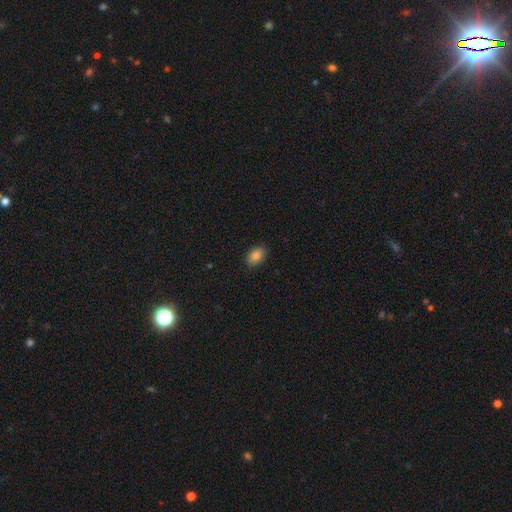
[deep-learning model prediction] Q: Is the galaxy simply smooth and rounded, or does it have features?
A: smooth — 84%.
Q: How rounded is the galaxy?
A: in between — 87%.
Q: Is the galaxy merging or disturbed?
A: none — 88%.